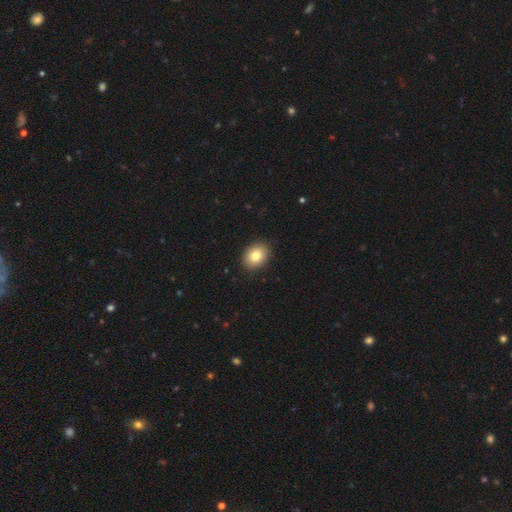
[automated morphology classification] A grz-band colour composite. It shows a smooth galaxy with no disk features (82%) that is in between round and cigar-shaped (60%). Merging: none (90%).